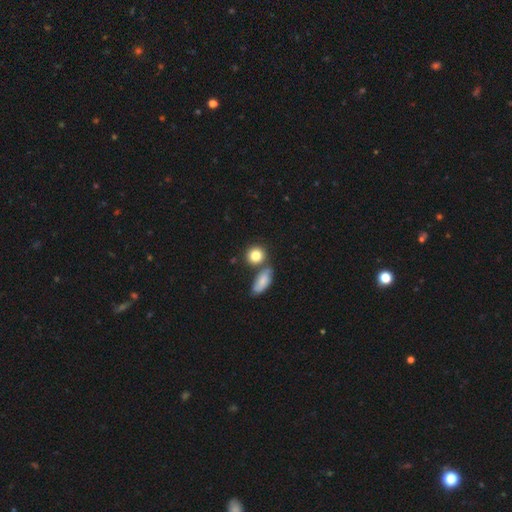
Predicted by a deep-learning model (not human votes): Smooth or featured? Predicted: smooth (p=0.81). How rounded? Predicted: round (p=0.80). Merging? Predicted: none (p=0.64).